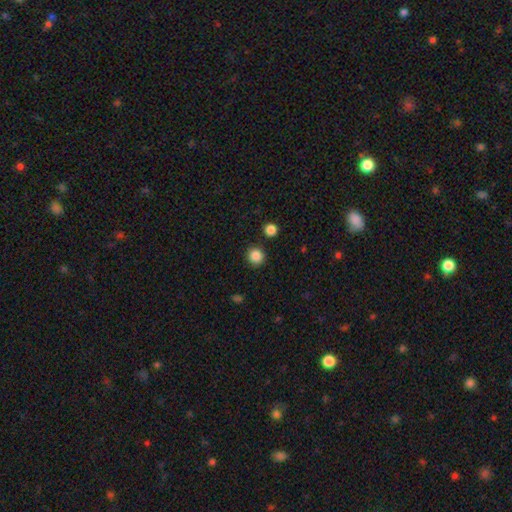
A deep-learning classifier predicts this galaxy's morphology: smooth_or_featured: smooth (p=0.86) [alt: star or artifact p=0.11]
how_rounded: round (p=0.94) [alt: in between p=0.05]
merging: none (p=0.89) [alt: minor disturbance p=0.06]